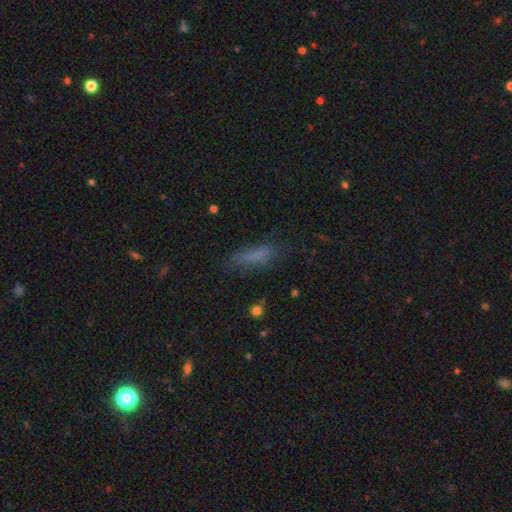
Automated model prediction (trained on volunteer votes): Overall: smooth (73%). How rounded: cigar-shaped (67%; in between 31%). Merging: none (70%).